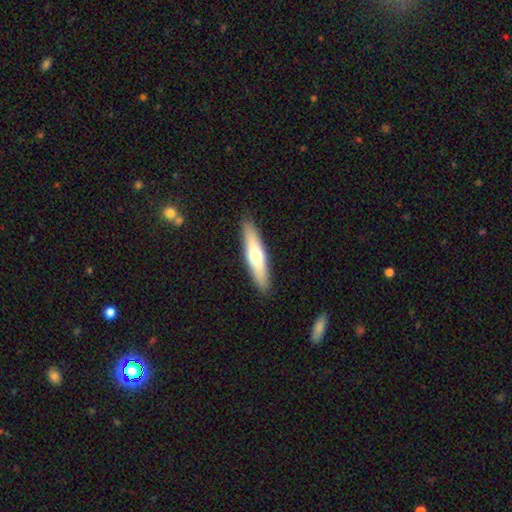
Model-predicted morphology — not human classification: Overall: smooth (54%; featured or disk 40%). How rounded: cigar-shaped (77%). Merging: none (90%).